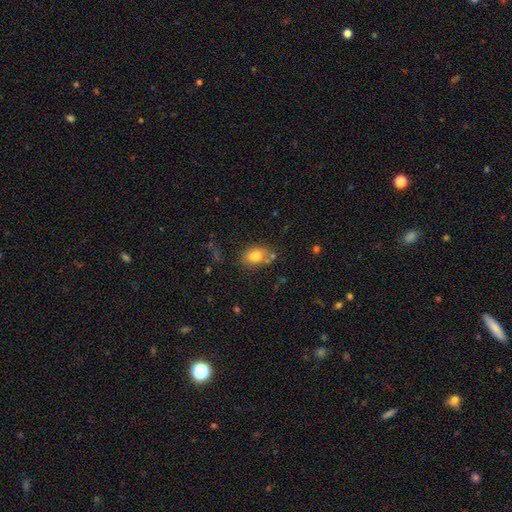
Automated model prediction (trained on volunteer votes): Morphology: type=smooth (79%); roundness=in between (76%); merging=none (67%).